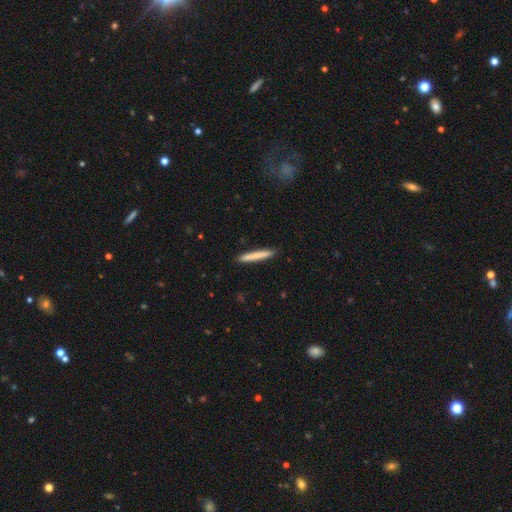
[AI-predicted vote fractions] A smooth galaxy with no disk features (78%) that is cigar-shaped (96%). Merging: none (91%).